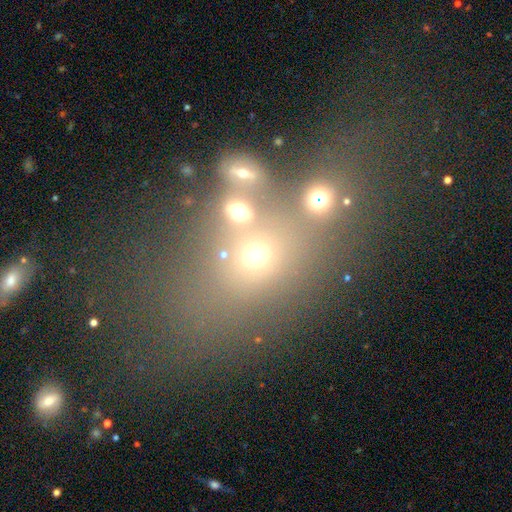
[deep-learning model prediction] Q: Smooth or featured?
A: smooth (70%); runner-up: star or artifact (18%)
Q: How rounded?
A: round (62%); runner-up: in between (36%)
Q: Merging?
A: merger (45%); runner-up: none (40%)